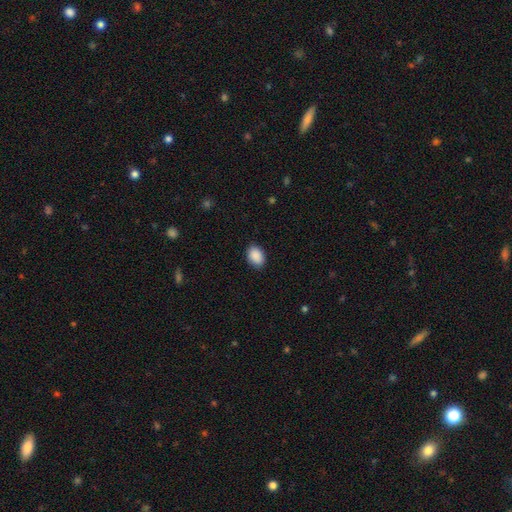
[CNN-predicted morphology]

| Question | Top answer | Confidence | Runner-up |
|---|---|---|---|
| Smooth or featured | smooth | 90% | star or artifact (7%) |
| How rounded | in between | 83% | round (16%) |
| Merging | none | 88% | minor disturbance (9%) |